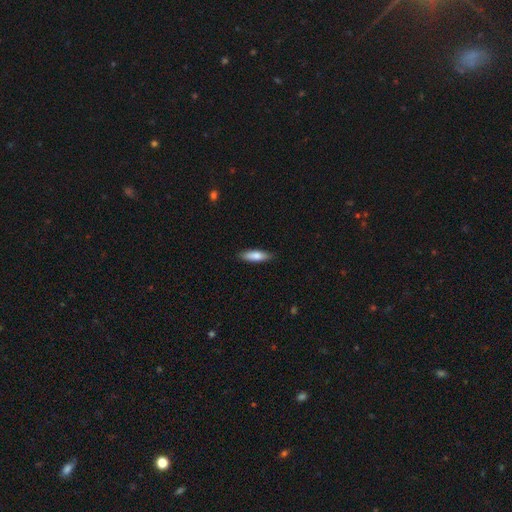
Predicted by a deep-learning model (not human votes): This appears to be a smooth galaxy with no disk features (79%) that is cigar-shaped (57%). Merging: none (88%).